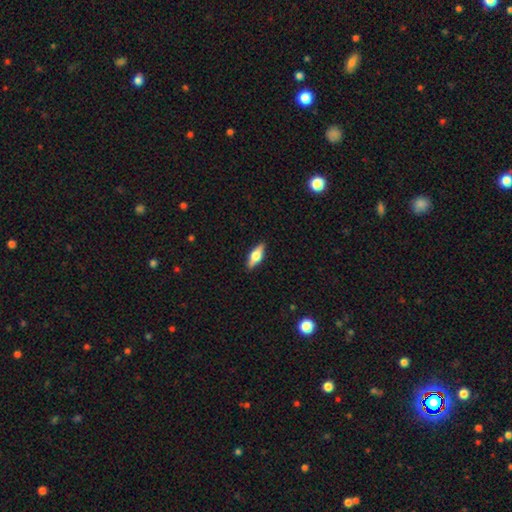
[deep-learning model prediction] Overall: featured or disk (49%; smooth 44%). Merging: none (89%).